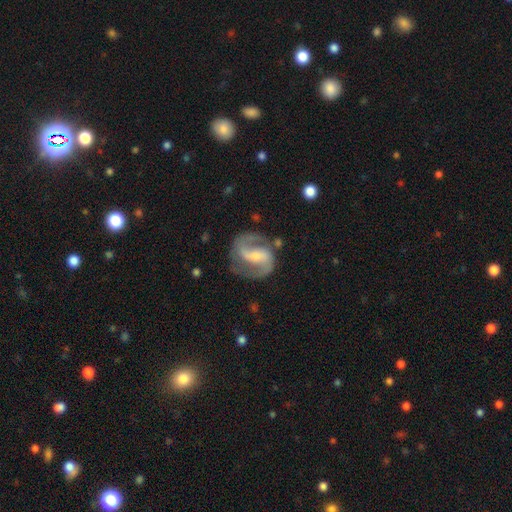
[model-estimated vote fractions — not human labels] smooth_or_featured: featured or disk (p=0.90) [alt: smooth p=0.06]
disk_edge_on: no (p=0.98) [alt: yes p=0.02]
bar: strong (p=0.44) [alt: weak p=0.39]
has_spiral_arms: yes (p=0.97) [alt: no p=0.03]
spiral_winding: medium (p=0.59) [alt: loose p=0.22]
spiral_arm_count: 2 (p=0.93) [alt: can't tell p=0.02]
bulge_size: small (p=0.51) [alt: moderate p=0.37]
merging: none (p=0.76) [alt: minor disturbance p=0.15]